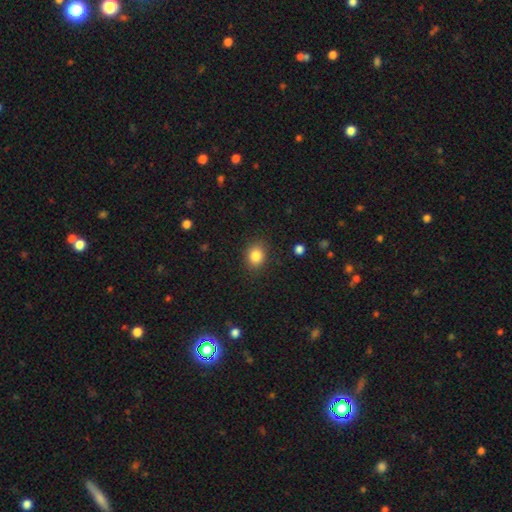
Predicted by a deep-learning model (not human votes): Smooth or featured? smooth (85%)
How rounded? round (62%)
Merging? none (87%)